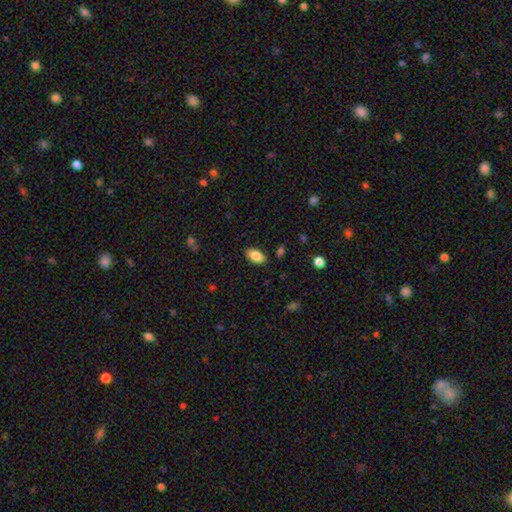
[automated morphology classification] A smooth galaxy with no disk features (85%) that is in between round and cigar-shaped (94%). Merging: none (86%).